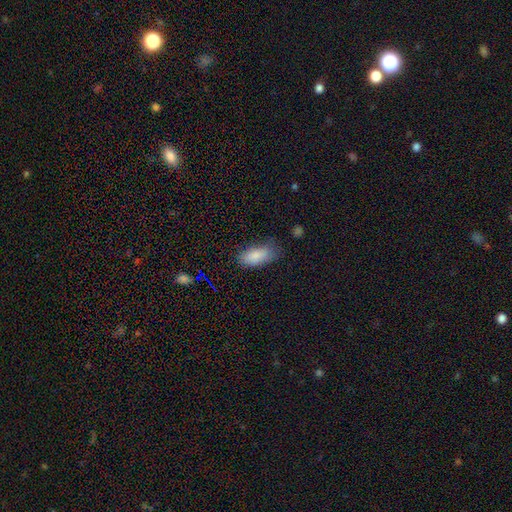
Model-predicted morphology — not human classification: This is clearly a smooth galaxy (85%). How rounded: clearly in between (90%). Merging: possibly none (57%).